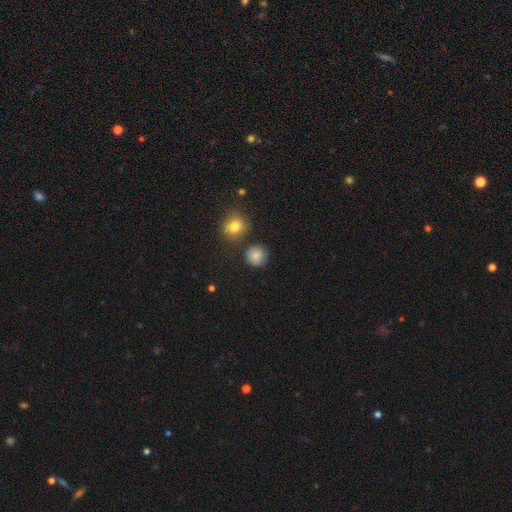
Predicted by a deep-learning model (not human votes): Morphology: type=smooth (83%); roundness=round (92%); merging=none (82%).